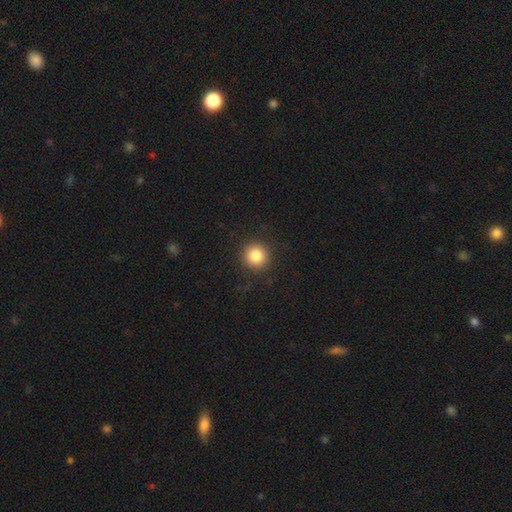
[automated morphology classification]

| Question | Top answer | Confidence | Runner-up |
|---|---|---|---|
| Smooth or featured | smooth | 84% | star or artifact (11%) |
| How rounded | round | 94% | in between (5%) |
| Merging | none | 91% | minor disturbance (6%) |